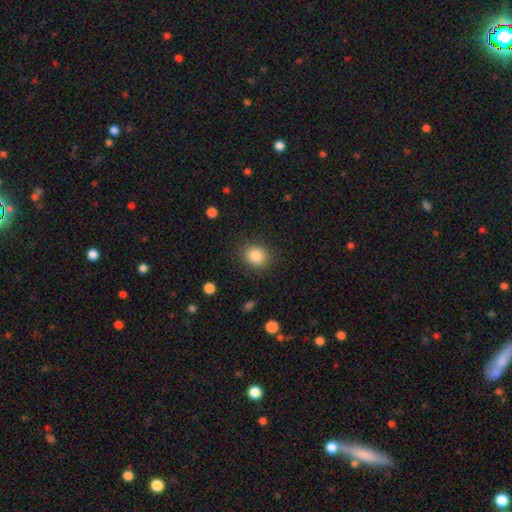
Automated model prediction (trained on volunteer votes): Smooth or featured?
  - smooth: 85% *
  - star or artifact: 10%
  - featured or disk: 6%
How rounded?
  - round: 73% *
  - in between: 26%
  - cigar-shaped: 1%
Merging?
  - none: 86% *
  - minor disturbance: 9%
  - major disturbance: 3%
  - merger: 1%